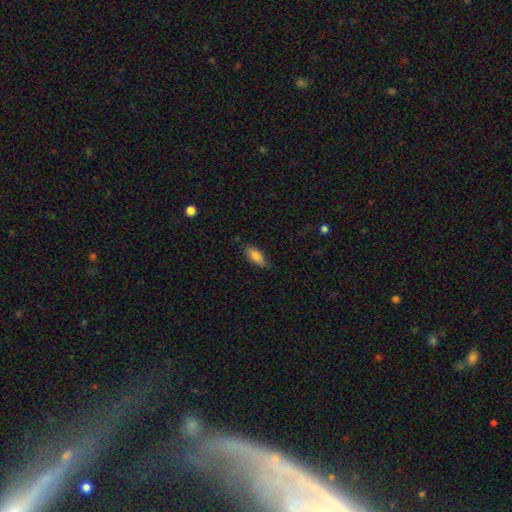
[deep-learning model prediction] Smooth or featured?
  - smooth: 81% *
  - featured or disk: 12%
  - star or artifact: 7%
How rounded?
  - in between: 81% *
  - cigar-shaped: 17%
  - round: 2%
Merging?
  - none: 77% *
  - minor disturbance: 19%
  - major disturbance: 3%
  - merger: 1%